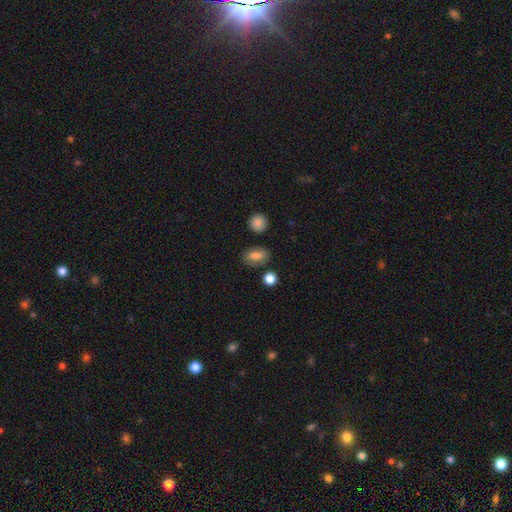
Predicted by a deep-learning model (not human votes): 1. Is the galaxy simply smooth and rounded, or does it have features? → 79% smooth, 12% featured or disk, 9% star or artifact.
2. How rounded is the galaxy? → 84% in between, 12% round, 4% cigar-shaped.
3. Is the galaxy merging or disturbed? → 80% none, 12% minor disturbance, 4% merger, 4% major disturbance.